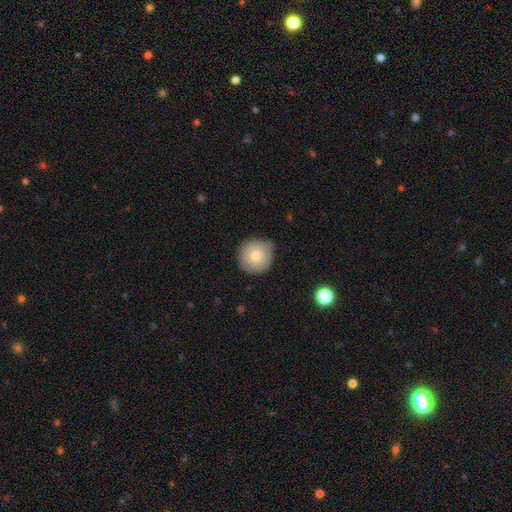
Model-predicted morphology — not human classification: Smooth or featured? Predicted: smooth (p=0.75). How rounded? Predicted: round (p=0.95). Merging? Predicted: none (p=0.81).